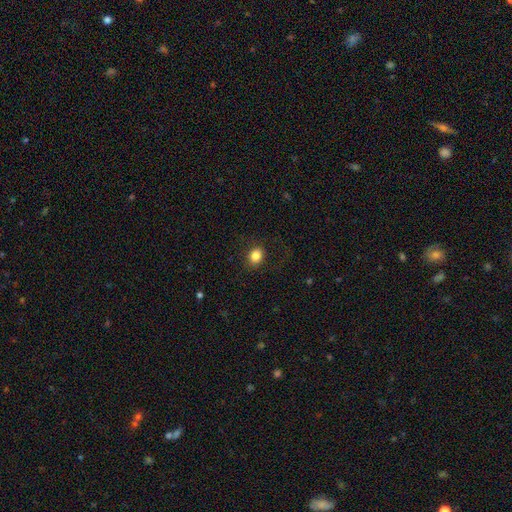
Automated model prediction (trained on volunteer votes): Smooth or featured?
  - smooth: 84% *
  - star or artifact: 10%
  - featured or disk: 6%
How rounded?
  - round: 55% *
  - in between: 44%
  - cigar-shaped: 1%
Merging?
  - none: 86% *
  - minor disturbance: 9%
  - major disturbance: 4%
  - merger: 1%